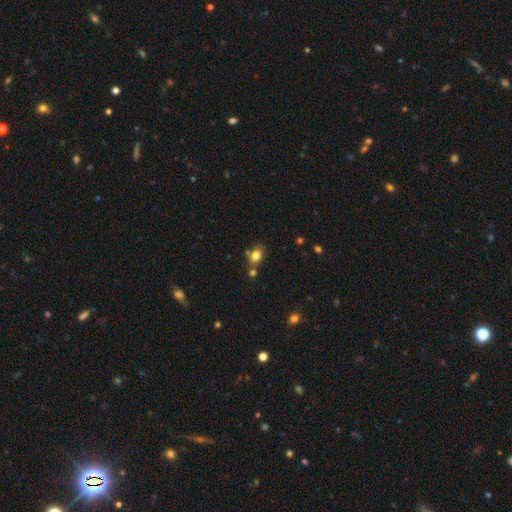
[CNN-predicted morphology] smooth_or_featured: smooth (p=0.79) [alt: star or artifact p=0.12]
how_rounded: in between (p=0.58) [alt: round p=0.41]
merging: none (p=0.60) [alt: merger p=0.19]